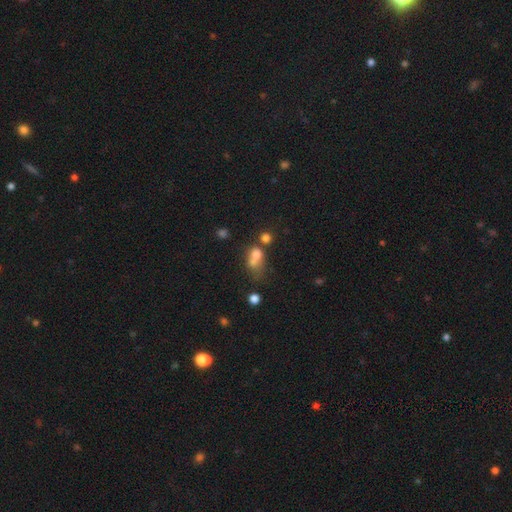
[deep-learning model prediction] Smooth or featured?
  - smooth: 67% *
  - featured or disk: 17%
  - star or artifact: 15%
How rounded?
  - round: 52% *
  - in between: 46%
  - cigar-shaped: 2%
Merging?
  - merger: 55% *
  - none: 22%
  - minor disturbance: 11%
  - major disturbance: 11%